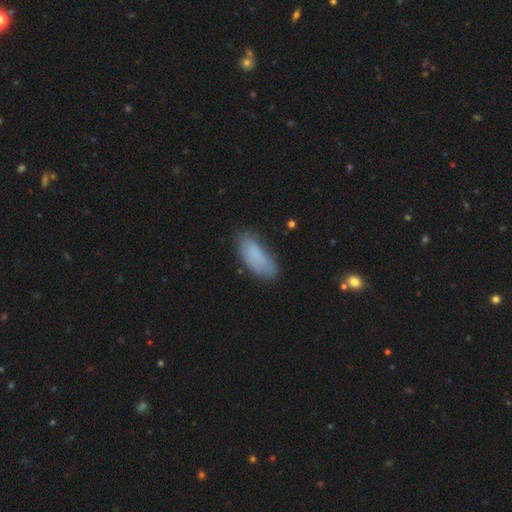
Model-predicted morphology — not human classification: type=smooth (79%); roundness=in between (78%); merging=none (63%).